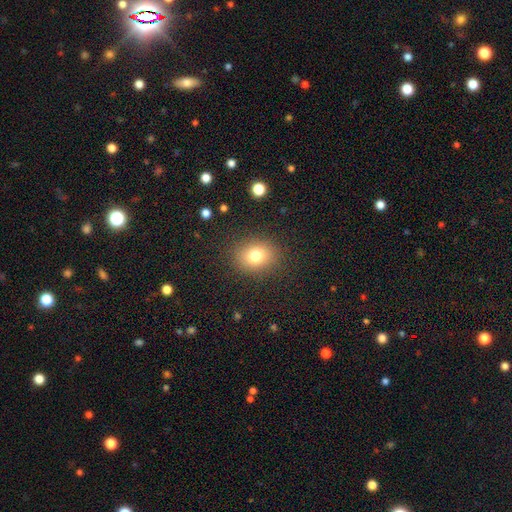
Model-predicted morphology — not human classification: smooth_or_featured: smooth (p=0.77) [alt: star or artifact p=0.13]
how_rounded: round (p=0.59) [alt: in between p=0.40]
merging: none (p=0.87) [alt: minor disturbance p=0.08]